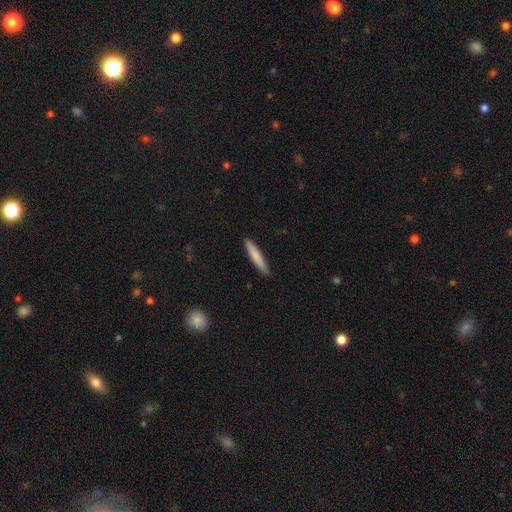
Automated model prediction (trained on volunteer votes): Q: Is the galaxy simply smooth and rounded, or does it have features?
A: smooth — 77%.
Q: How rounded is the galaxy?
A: cigar-shaped — 93%.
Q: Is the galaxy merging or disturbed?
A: none — 90%.